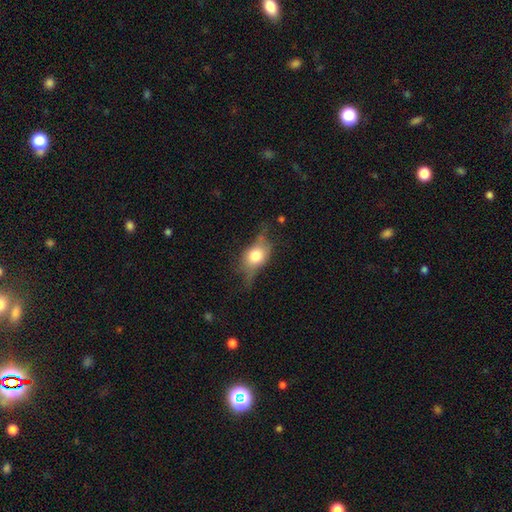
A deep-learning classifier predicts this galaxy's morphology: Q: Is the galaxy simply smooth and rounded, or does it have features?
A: smooth — 54%.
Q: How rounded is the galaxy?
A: in between — 64%.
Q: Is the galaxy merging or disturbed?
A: none — 48%.